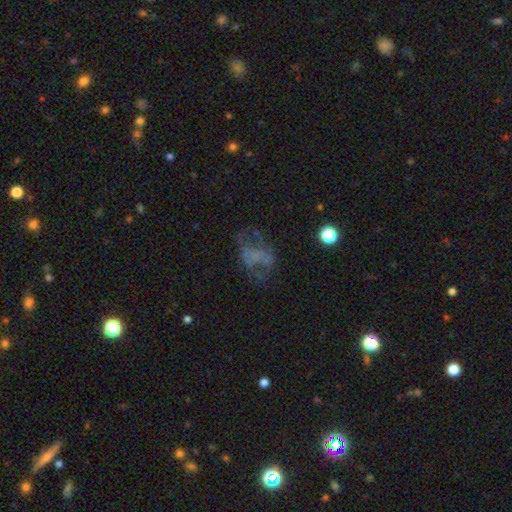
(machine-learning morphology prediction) Smooth or featured?
  - featured or disk: 51% *
  - smooth: 29%
  - star or artifact: 20%
Edge-on disk?
  - no: 97% *
  - yes: 3%
Merging?
  - none: 46% *
  - major disturbance: 31%
  - minor disturbance: 19%
  - merger: 4%